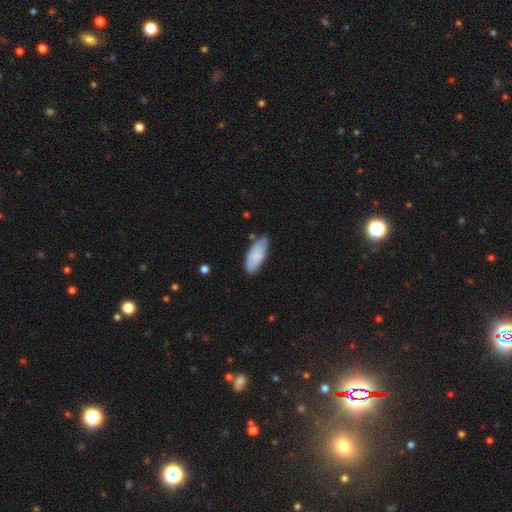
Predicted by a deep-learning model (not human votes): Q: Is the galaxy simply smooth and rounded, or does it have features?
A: smooth — 80%.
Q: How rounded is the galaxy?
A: in between — 83%.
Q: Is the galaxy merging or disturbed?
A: none — 66%.